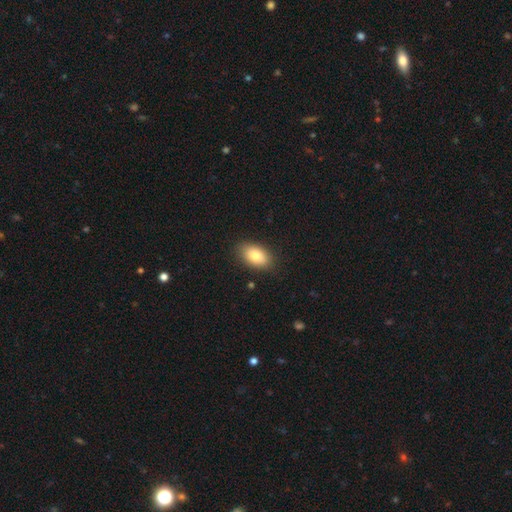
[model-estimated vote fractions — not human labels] Morphology: type=smooth (83%); roundness=in between (91%); merging=none (86%).